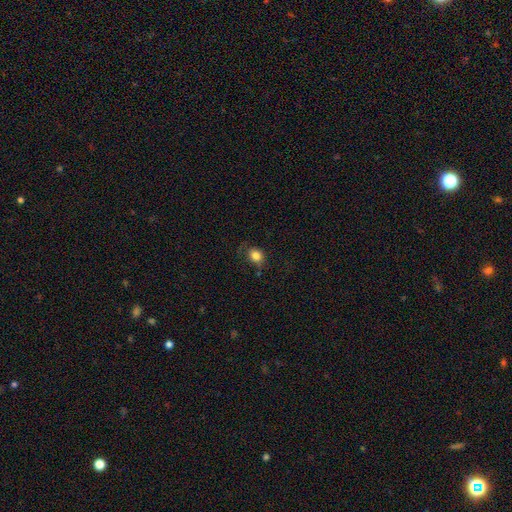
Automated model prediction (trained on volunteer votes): smooth-or-featured: smooth: 82% | star or artifact: 11% | featured or disk: 8%
  how-rounded: round: 64% | in between: 35% | cigar-shaped: 1%
  merging: none: 65% | minor disturbance: 24% | major disturbance: 10% | merger: 2%